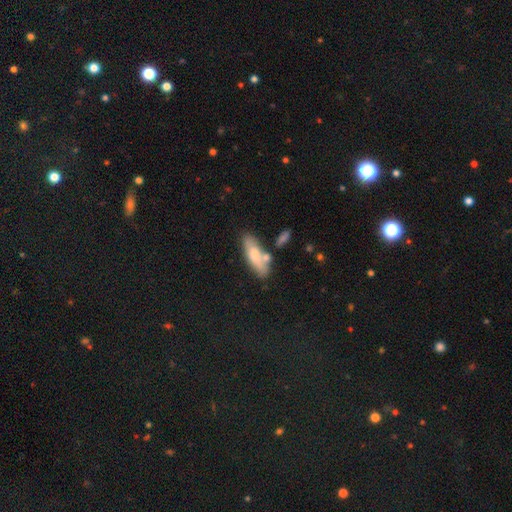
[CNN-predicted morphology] This is likely a smooth galaxy (69%). How rounded: possibly in between (56%). Merging: likely none (61%).